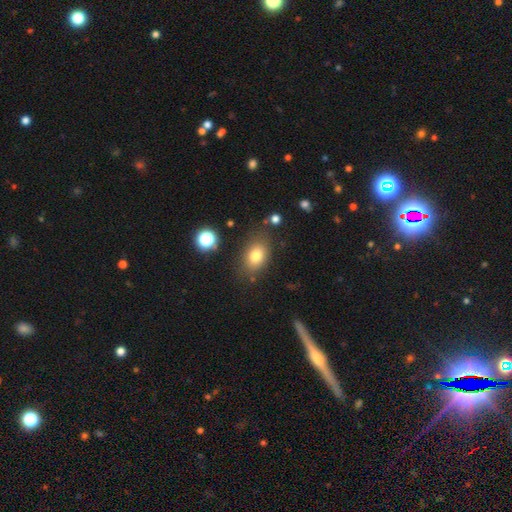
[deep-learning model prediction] This appears to be a smooth galaxy with no disk features (78%) that is in between round and cigar-shaped (76%). Merging: none (76%).